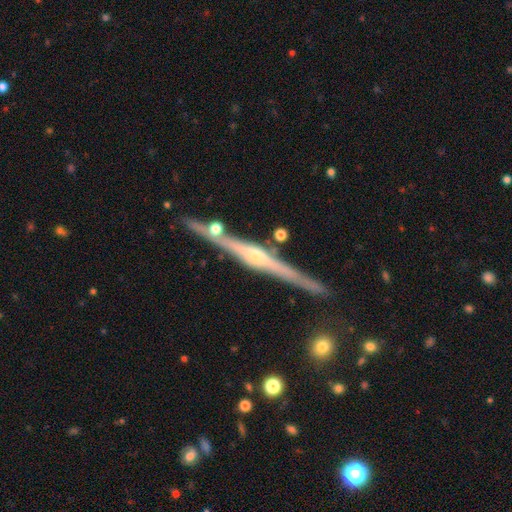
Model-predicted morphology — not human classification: Smooth or featured? featured or disk (82%)
Edge-on disk? yes (98%)
Edge-on bulge? rounded (78%)
Merging? none (83%)